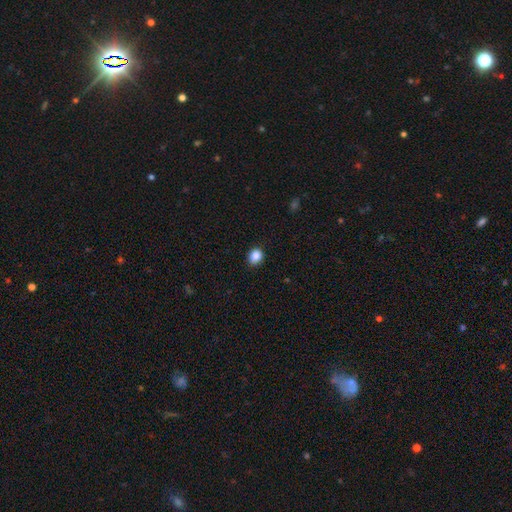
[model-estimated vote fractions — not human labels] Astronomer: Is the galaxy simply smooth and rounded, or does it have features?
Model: smooth — 87%.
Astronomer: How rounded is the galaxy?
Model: round — 64%.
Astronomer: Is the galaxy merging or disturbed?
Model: none — 89%.